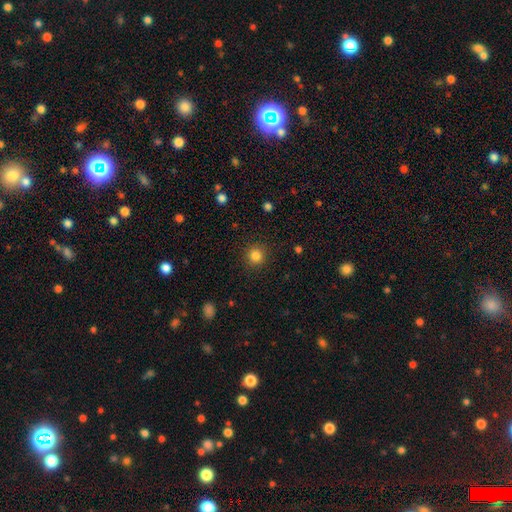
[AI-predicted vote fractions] Smooth or featured? Predicted: smooth (p=0.83). How rounded? Predicted: round (p=0.93). Merging? Predicted: none (p=0.91).